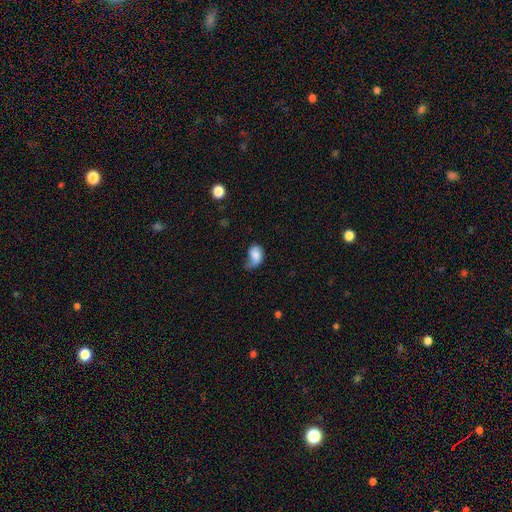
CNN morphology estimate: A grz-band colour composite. It shows a smooth galaxy with no disk features (78%) that is in between round and cigar-shaped (80%). Merging: minor disturbance (36%).